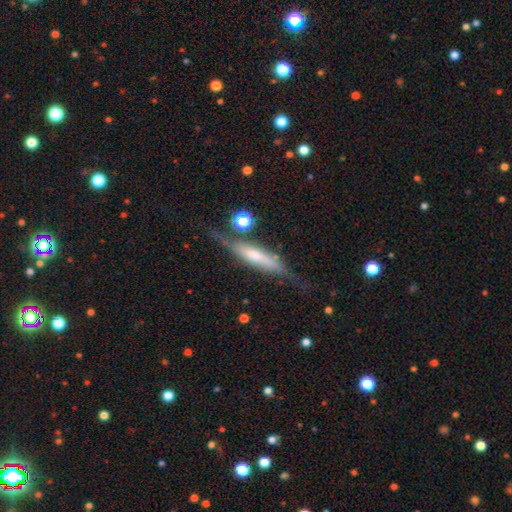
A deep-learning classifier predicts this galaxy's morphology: This appears to be a featured or disk galaxy (58%) viewed edge-on (84%). Merging: none (60%).